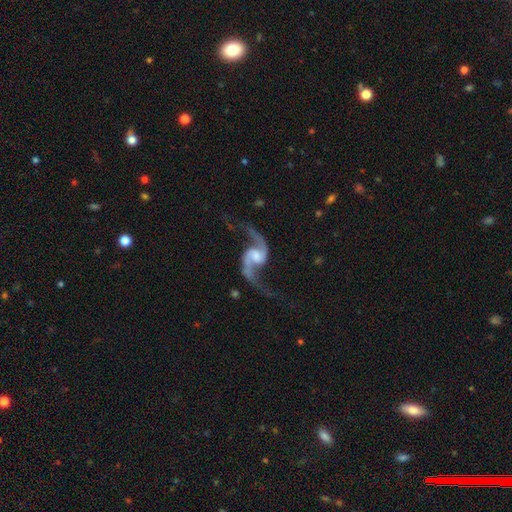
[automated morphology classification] Smooth or featured? featured or disk (92%)
Edge-on disk? no (98%)
Bar? no (45%)
Spiral arms? yes (98%)
Spiral winding? loose (81%)
Spiral arm count? 2 (95%)
Bulge size? moderate (34%)
Merging? none (73%)